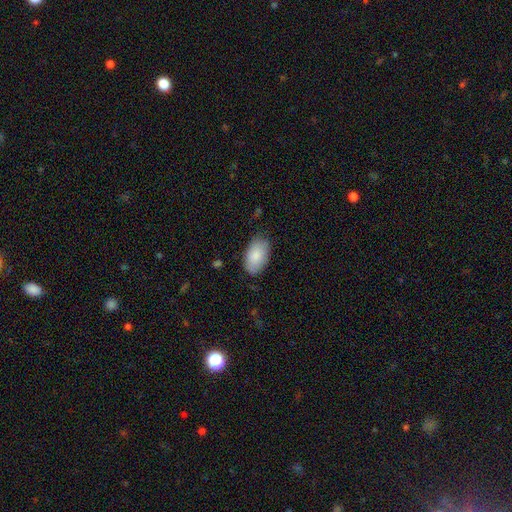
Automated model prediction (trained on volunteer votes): Overall: smooth (85%). How rounded: in between (95%). Merging: none (78%).